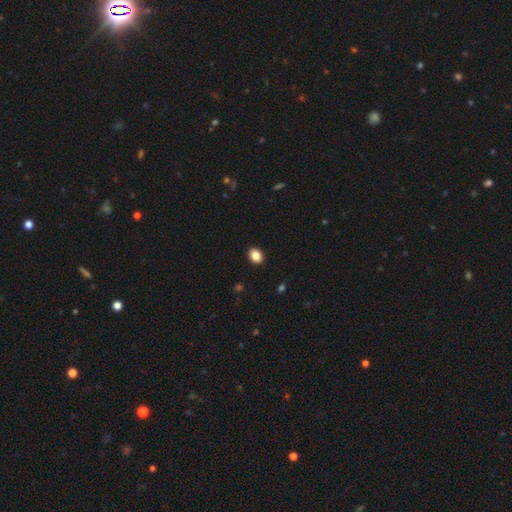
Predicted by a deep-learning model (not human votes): Smooth or featured? Predicted: smooth (p=0.86). How rounded? Predicted: in between (p=0.63). Merging? Predicted: none (p=0.91).